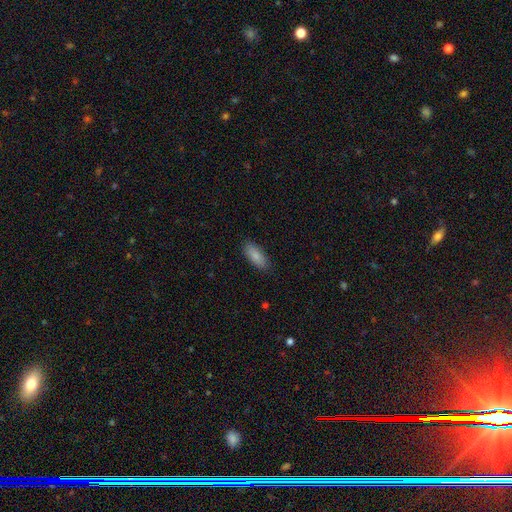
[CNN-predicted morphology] Q: Smooth or featured?
A: smooth (85%); runner-up: featured or disk (9%)
Q: How rounded?
A: in between (86%); runner-up: cigar-shaped (12%)
Q: Merging?
A: none (86%); runner-up: minor disturbance (11%)